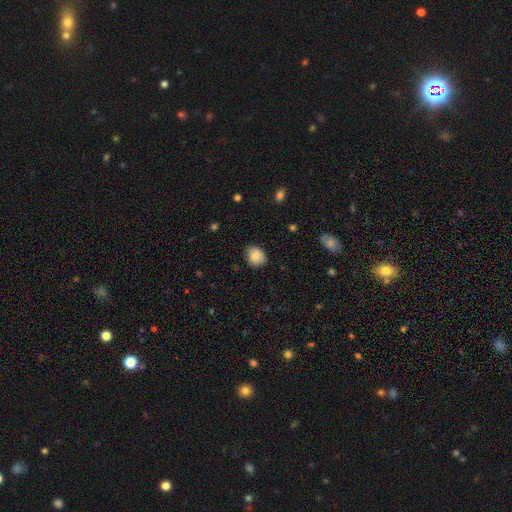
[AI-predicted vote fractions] Q: Smooth or featured?
A: smooth (85%); runner-up: star or artifact (8%)
Q: How rounded?
A: round (65%); runner-up: in between (34%)
Q: Merging?
A: none (75%); runner-up: minor disturbance (20%)